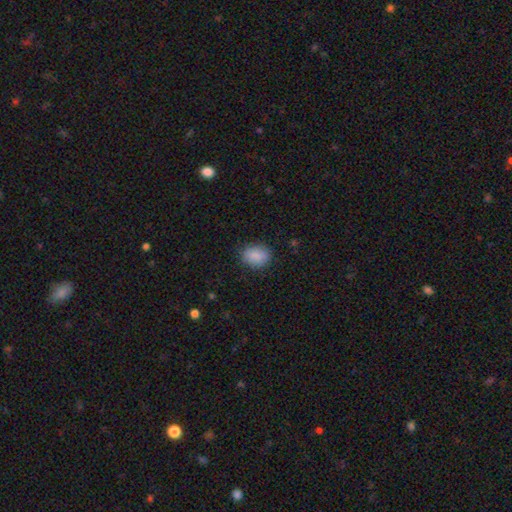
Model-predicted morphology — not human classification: smooth 88%, star or artifact 8%, featured or disk 4%. Down the decision tree: how rounded — in between (62%); merging — none (84%).